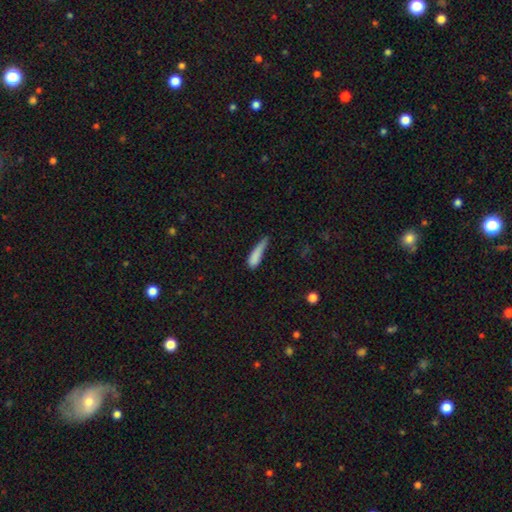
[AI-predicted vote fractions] A smooth galaxy with no disk features (80%) that is cigar-shaped (67%).

Vote fractions:
- Smooth or featured? smooth: 80% / featured or disk: 11% / star or artifact: 9%
- How rounded? cigar-shaped: 67% / in between: 30% / round: 3%
- Merging? minor disturbance: 41% / none: 32% / major disturbance: 21% / merger: 5%